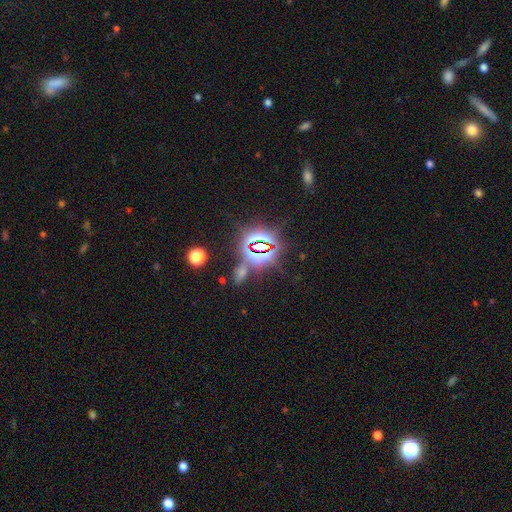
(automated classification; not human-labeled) smooth_or_featured: star or artifact (p=0.78) [alt: smooth p=0.14]